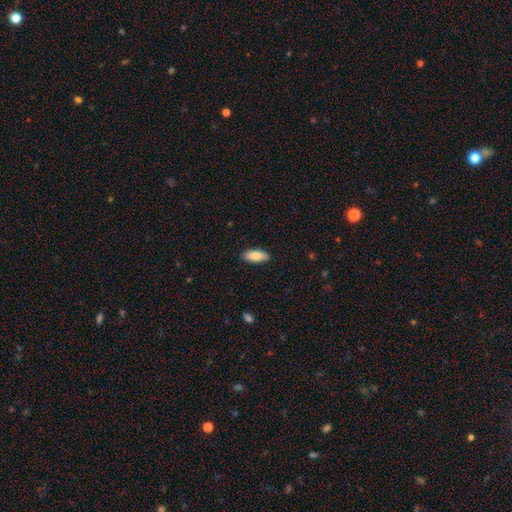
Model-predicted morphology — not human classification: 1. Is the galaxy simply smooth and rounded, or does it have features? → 84% smooth, 10% featured or disk, 6% star or artifact.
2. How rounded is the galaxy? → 84% in between, 15% cigar-shaped, 2% round.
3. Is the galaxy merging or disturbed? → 89% none, 8% minor disturbance, 2% major disturbance, 1% merger.